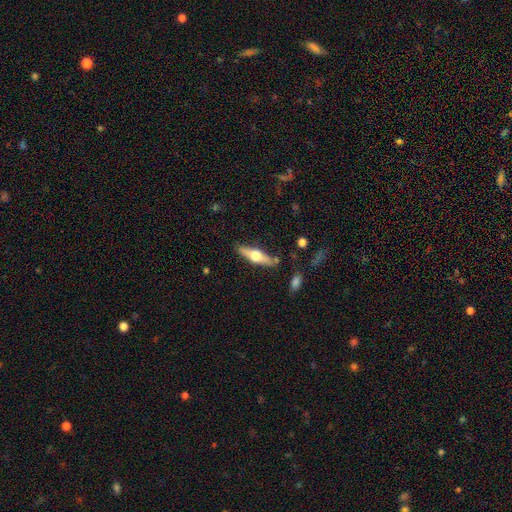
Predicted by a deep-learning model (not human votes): smooth_or_featured: featured or disk (p=0.58) [alt: smooth p=0.37]
disk_edge_on: yes (p=0.93) [alt: no p=0.07]
edge_on_bulge: rounded (p=0.95) [alt: boxy p=0.03]
merging: none (p=0.84) [alt: minor disturbance p=0.11]